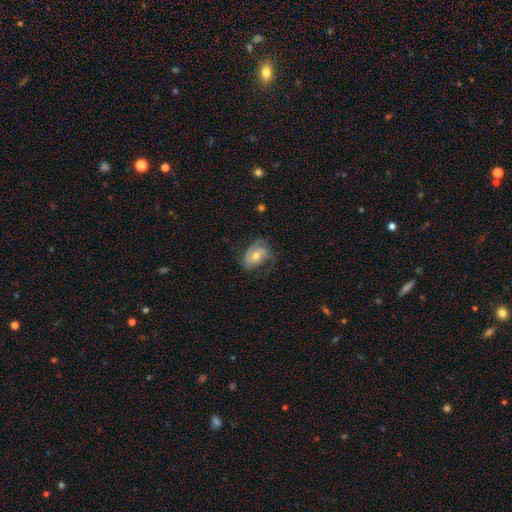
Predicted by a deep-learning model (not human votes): The model was most divided on "smooth or featured": featured or disk: 56%, smooth: 37%, star or artifact: 8%. More confident: edge-on disk — no (95%); spiral arms — yes (74%); bulge size — moderate (69%); bar — no (61%); merging — none (51%).